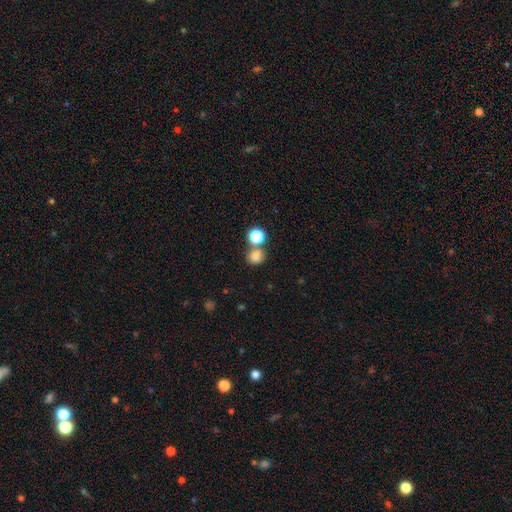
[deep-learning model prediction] Smooth or featured?
  - smooth: 78% *
  - star or artifact: 15%
  - featured or disk: 7%
How rounded?
  - round: 76% *
  - in between: 23%
  - cigar-shaped: 1%
Merging?
  - none: 55% *
  - merger: 29%
  - minor disturbance: 11%
  - major disturbance: 5%